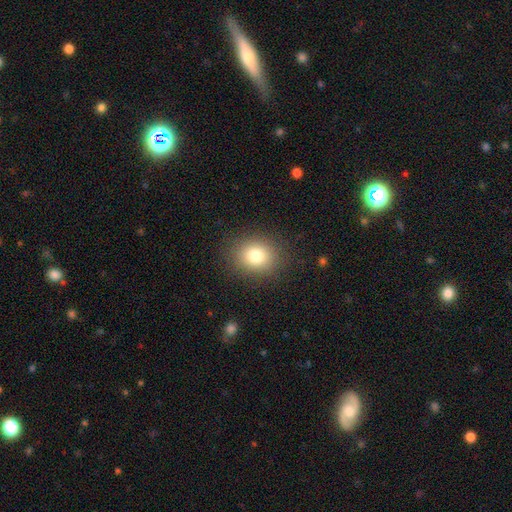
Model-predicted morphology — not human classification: This appears to be a smooth galaxy with no disk features (80%) that is round (68%). Merging: none (88%).